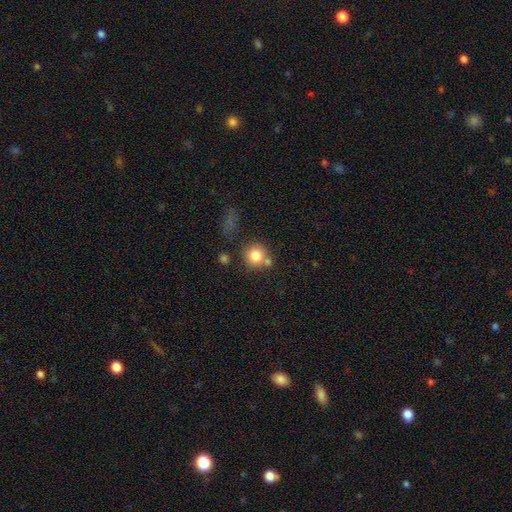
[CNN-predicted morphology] Overall: smooth (81%). How rounded: round (90%). Merging: none (61%).